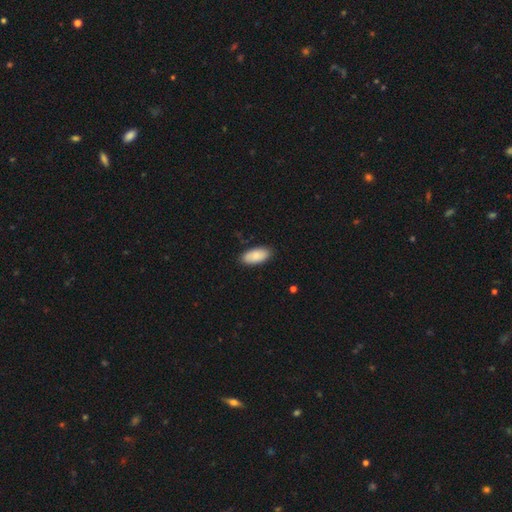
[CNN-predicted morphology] The model was most divided on "merging": none: 87%, minor disturbance: 10%, major disturbance: 2%, merger: 1%. More confident: how rounded — in between (93%); smooth or featured — smooth (88%).